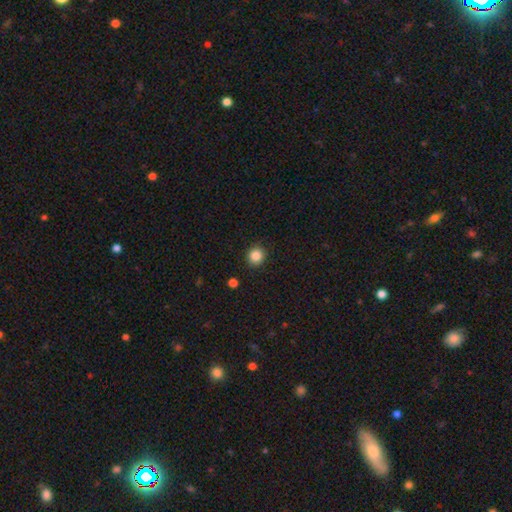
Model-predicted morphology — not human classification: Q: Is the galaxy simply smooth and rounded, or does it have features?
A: smooth — 86%.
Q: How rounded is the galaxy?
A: round — 90%.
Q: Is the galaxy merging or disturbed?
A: none — 89%.